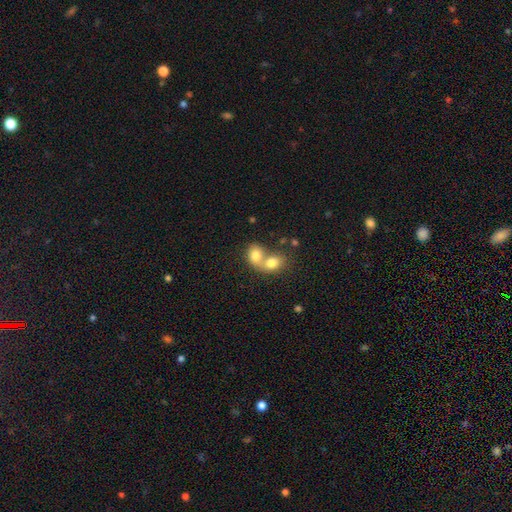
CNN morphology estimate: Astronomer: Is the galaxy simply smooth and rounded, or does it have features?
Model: smooth — 76%.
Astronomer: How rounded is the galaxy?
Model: in between — 51% (runner-up: round, 48%).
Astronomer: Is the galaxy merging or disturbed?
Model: merger — 73%.